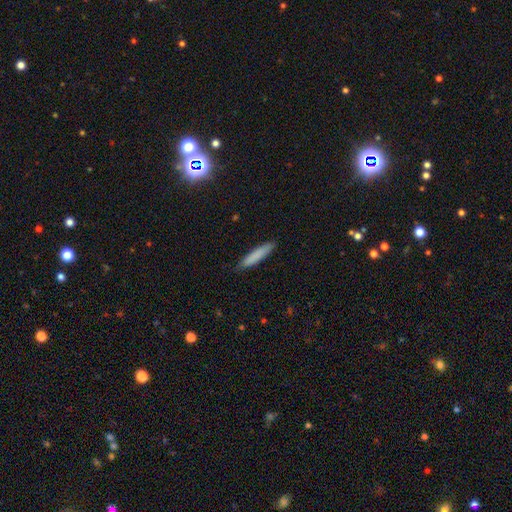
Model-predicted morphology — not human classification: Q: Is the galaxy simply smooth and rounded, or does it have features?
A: smooth — 82%.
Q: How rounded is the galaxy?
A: cigar-shaped — 89%.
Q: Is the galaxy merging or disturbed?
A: none — 86%.